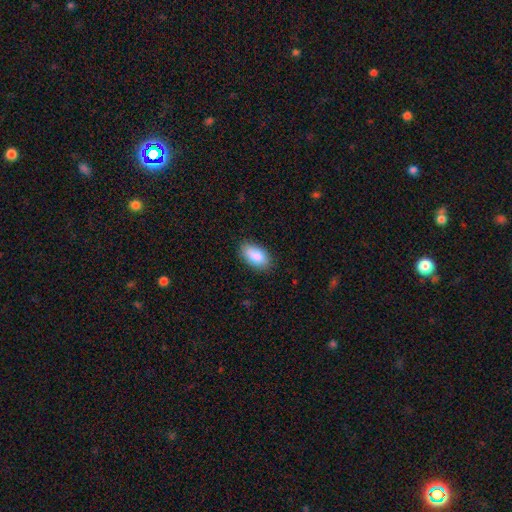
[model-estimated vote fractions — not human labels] Overall: smooth (87%). How rounded: in between (94%). Merging: none (85%).